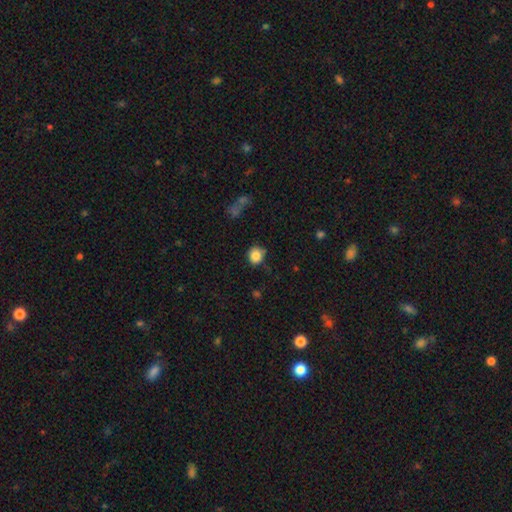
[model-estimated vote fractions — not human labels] A smooth galaxy with no disk features (84%) that is round (81%).

Vote fractions:
- Smooth or featured? smooth: 84% / star or artifact: 10% / featured or disk: 6%
- How rounded? round: 81% / in between: 18% / cigar-shaped: 1%
- Merging? none: 75% / minor disturbance: 17% / merger: 4% / major disturbance: 4%